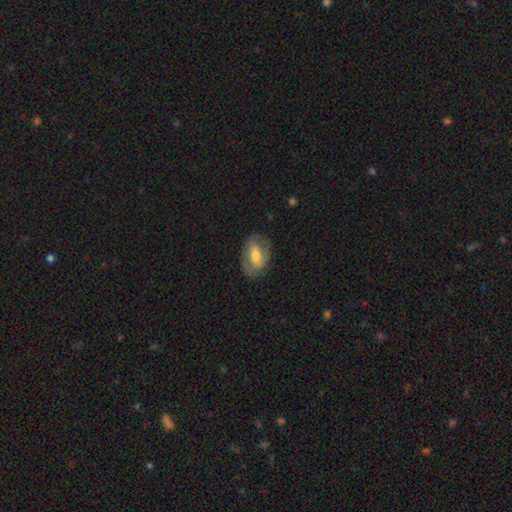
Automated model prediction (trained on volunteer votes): Smooth or featured? Predicted: featured or disk (p=0.49). Merging? Predicted: none (p=0.77).